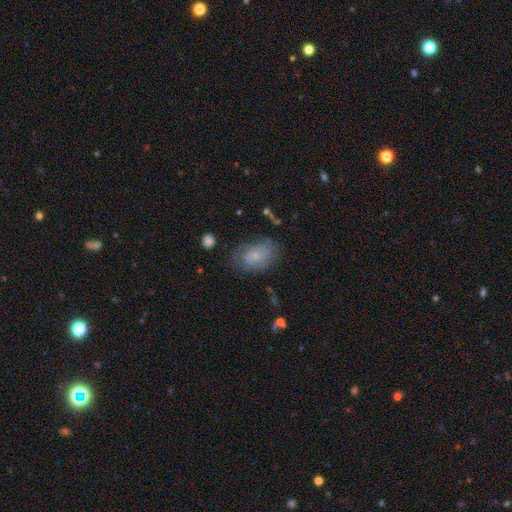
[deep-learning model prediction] Smooth or featured?
  - smooth: 57% *
  - featured or disk: 34%
  - star or artifact: 9%
How rounded?
  - in between: 83% *
  - round: 15%
  - cigar-shaped: 1%
Merging?
  - none: 58% *
  - minor disturbance: 27%
  - major disturbance: 14%
  - merger: 2%